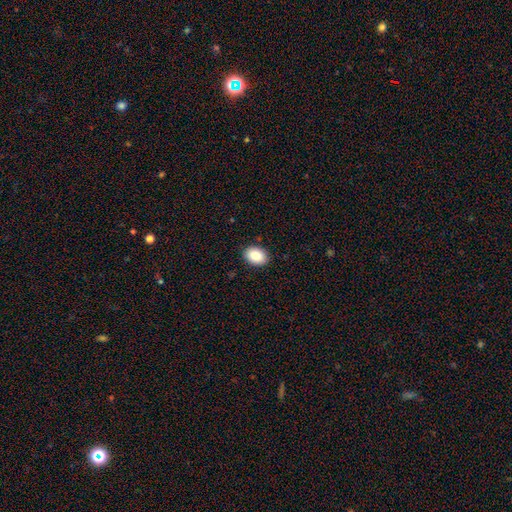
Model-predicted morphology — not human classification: The model was most divided on "how rounded": in between: 79%, round: 21%, cigar-shaped: 1%. More confident: merging — none (89%); smooth or featured — smooth (88%).